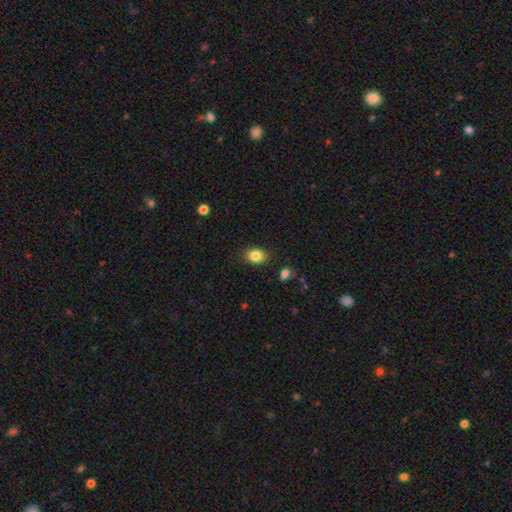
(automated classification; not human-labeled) Q: Smooth or featured?
A: smooth (85%); runner-up: star or artifact (9%)
Q: How rounded?
A: in between (65%); runner-up: round (34%)
Q: Merging?
A: none (86%); runner-up: minor disturbance (10%)